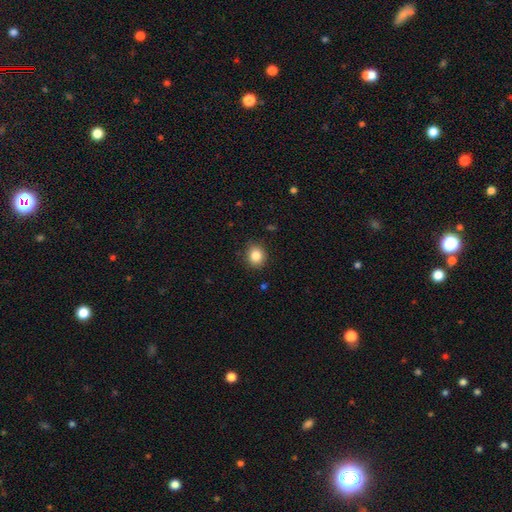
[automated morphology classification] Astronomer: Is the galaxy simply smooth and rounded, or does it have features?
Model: smooth — 85%.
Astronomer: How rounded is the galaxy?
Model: round — 75%.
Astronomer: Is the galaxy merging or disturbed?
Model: none — 87%.